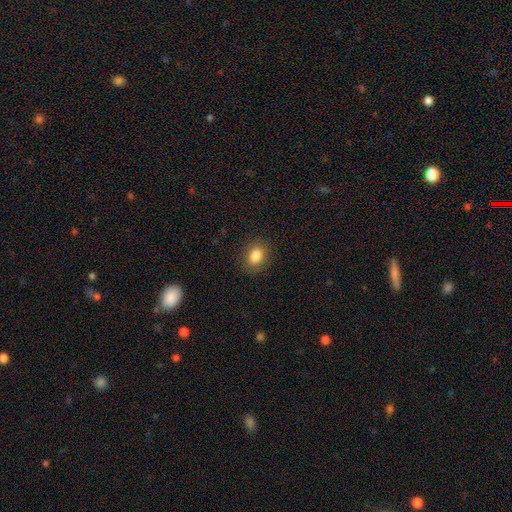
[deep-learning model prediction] Smooth or featured? Predicted: smooth (p=0.85). How rounded? Predicted: in between (p=0.57). Merging? Predicted: none (p=0.86).